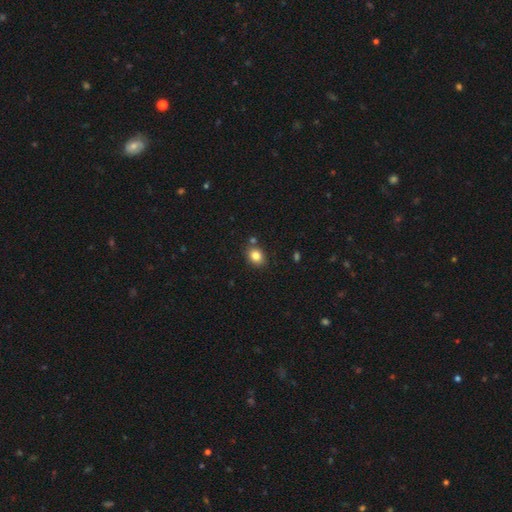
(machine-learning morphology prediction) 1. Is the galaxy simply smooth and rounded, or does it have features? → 83% smooth, 10% star or artifact, 7% featured or disk.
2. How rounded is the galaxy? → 54% in between, 45% round, 1% cigar-shaped.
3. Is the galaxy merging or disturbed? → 77% none, 12% minor disturbance, 8% merger, 3% major disturbance.